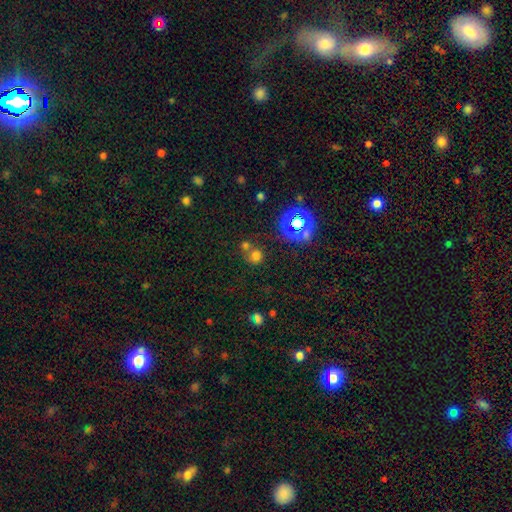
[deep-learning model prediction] smooth 60%, star or artifact 30%, featured or disk 9%. Down the decision tree: how rounded — round (85%); merging — none (54%).